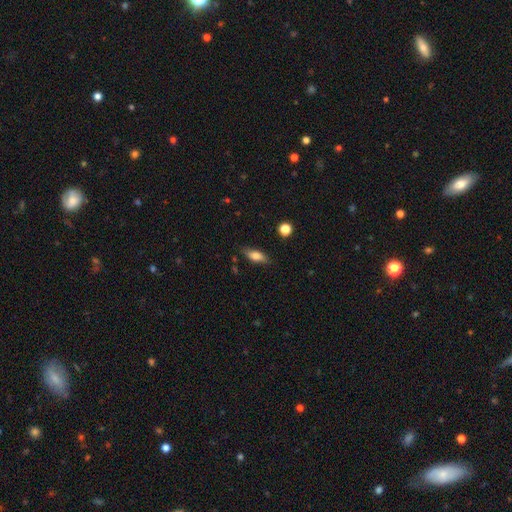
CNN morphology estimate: Overall: smooth (74%). How rounded: in between (71%). Merging: none (81%).